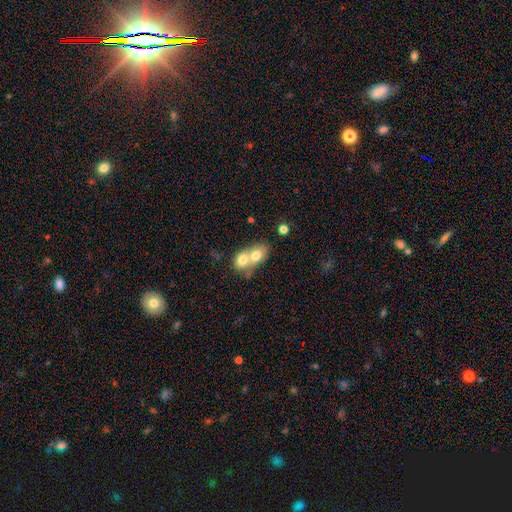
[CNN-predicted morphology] Smooth or featured: smooth — 71% (featured or disk — 22%)
How rounded: in between — 61% (round — 37%)
Merging: merger — 78% (none — 14%)